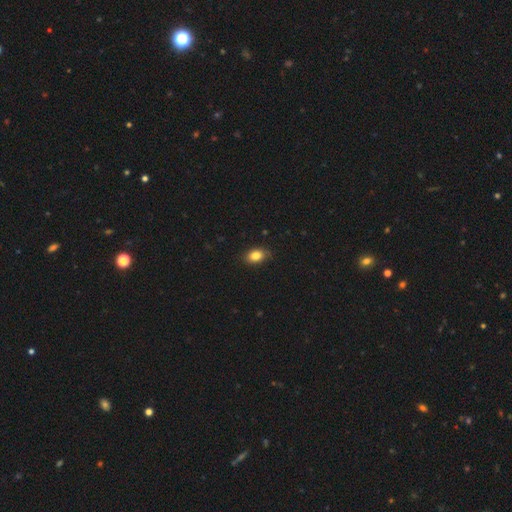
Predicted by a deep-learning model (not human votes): smooth 83%, star or artifact 9%, featured or disk 7%. Down the decision tree: how rounded — in between (77%); merging — none (84%).